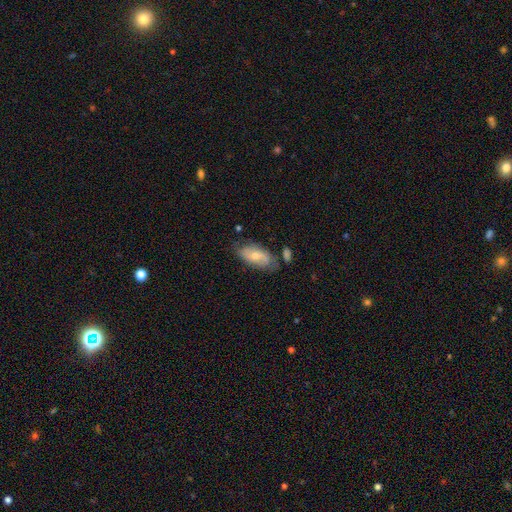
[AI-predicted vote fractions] The model was most divided on "smooth or featured" (2-way tie): smooth: 47%, featured or disk: 47%, star or artifact: 7%. More confident: merging — none (64%).